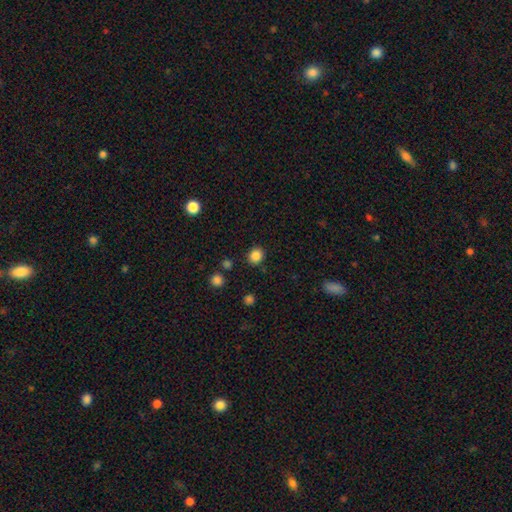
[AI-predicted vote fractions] This appears to be a smooth galaxy with no disk features (85%) that is round (78%). Merging: none (87%).